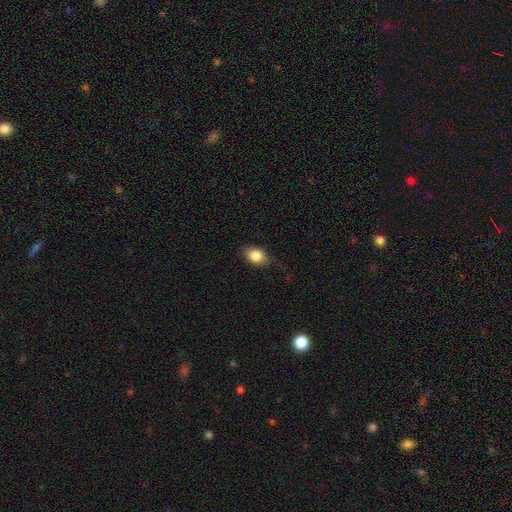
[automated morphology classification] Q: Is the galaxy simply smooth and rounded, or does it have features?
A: smooth — 81%.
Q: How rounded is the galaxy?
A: in between — 66%.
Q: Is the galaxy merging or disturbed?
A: none — 68%.